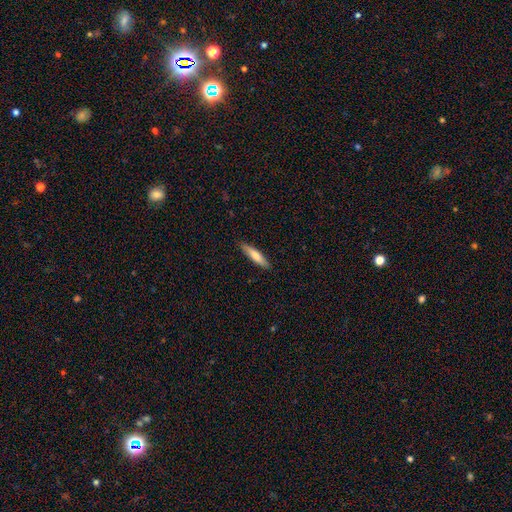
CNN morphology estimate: smooth-or-featured: smooth: 75% | featured or disk: 19% | star or artifact: 5%
  how-rounded: cigar-shaped: 81% | in between: 18% | round: 1%
  merging: none: 89% | minor disturbance: 9% | major disturbance: 2% | merger: 1%